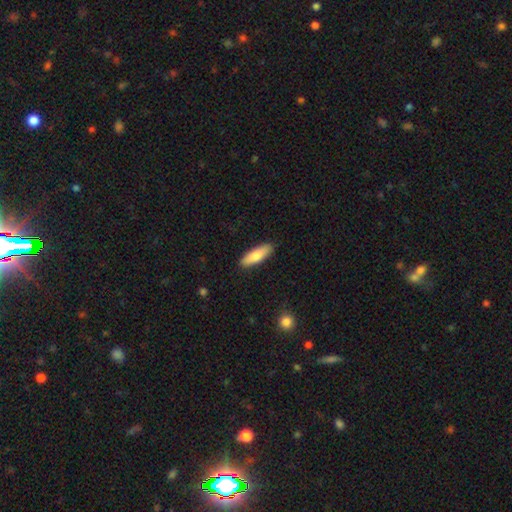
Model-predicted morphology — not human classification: Smooth or featured? Predicted: smooth (p=0.78). How rounded? Predicted: cigar-shaped (p=0.49, tied with in between). Merging? Predicted: none (p=0.89).